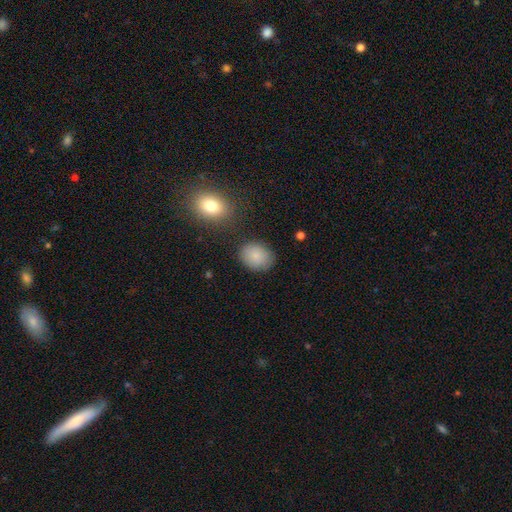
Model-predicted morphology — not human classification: This appears to be a smooth galaxy with no disk features (87%) that is in between round and cigar-shaped (54%). Merging: none (80%).